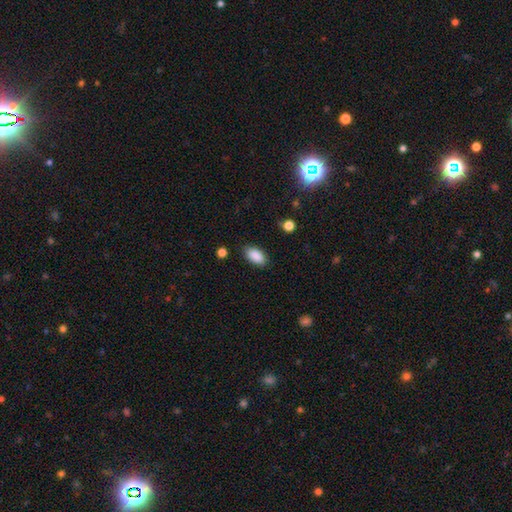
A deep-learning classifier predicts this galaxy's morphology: A smooth galaxy with no disk features (90%) that is in between round and cigar-shaped (93%). Merging: none (85%).